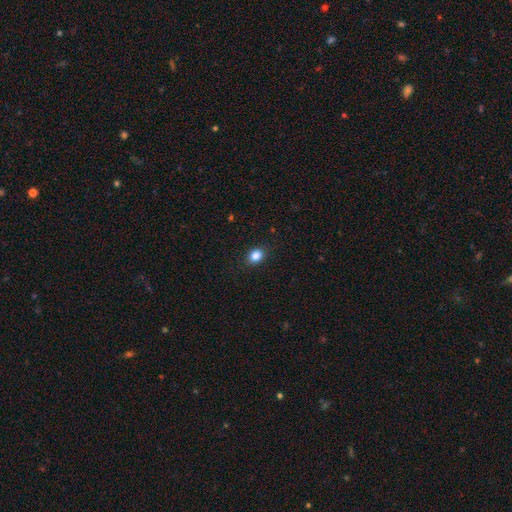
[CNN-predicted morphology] smooth 86%, star or artifact 10%, featured or disk 4%. Down the decision tree: how rounded — in between (59%); merging — none (88%).